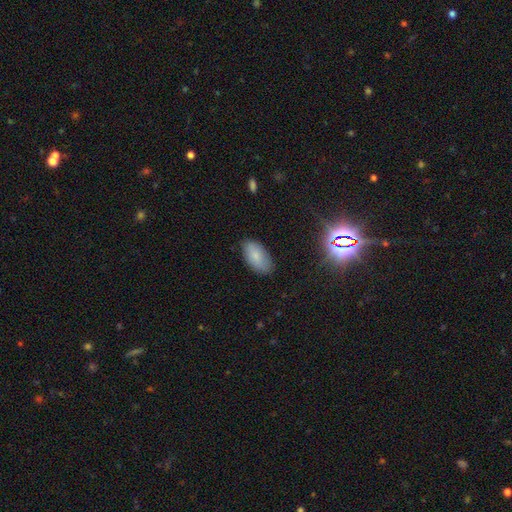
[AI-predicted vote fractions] The model was most divided on "merging": none: 82%, minor disturbance: 14%, major disturbance: 3%, merger: 1%. More confident: how rounded — in between (94%); smooth or featured — smooth (82%).